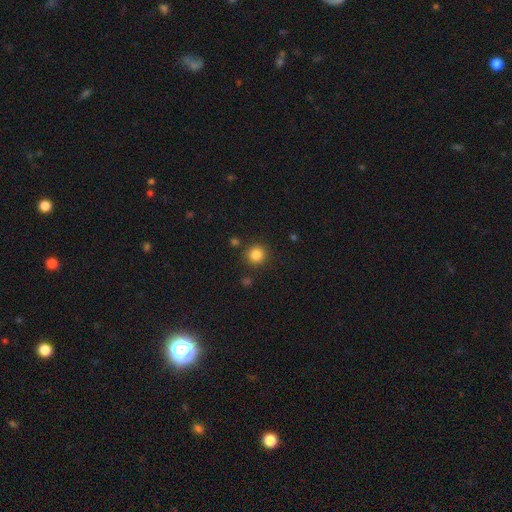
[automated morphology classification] smooth_or_featured: smooth (p=0.84) [alt: star or artifact p=0.11]
how_rounded: round (p=0.93) [alt: in between p=0.06]
merging: none (p=0.87) [alt: minor disturbance p=0.07]